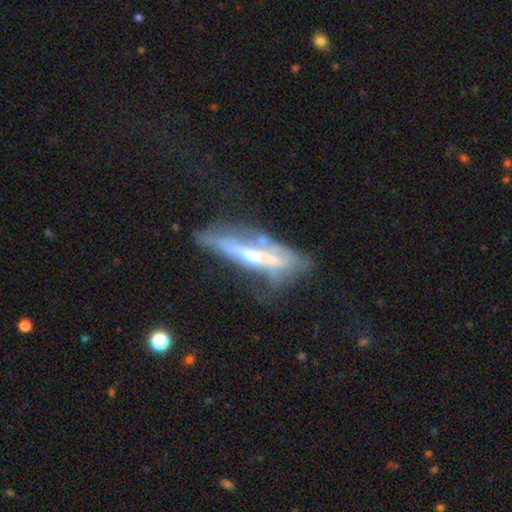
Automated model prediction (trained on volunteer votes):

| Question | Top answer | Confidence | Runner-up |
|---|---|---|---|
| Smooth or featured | featured or disk | 70% | smooth (23%) |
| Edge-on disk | yes | 75% | no (25%) |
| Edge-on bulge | rounded | 52% | none (29%) |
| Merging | none | 41% | minor disturbance (26%) |